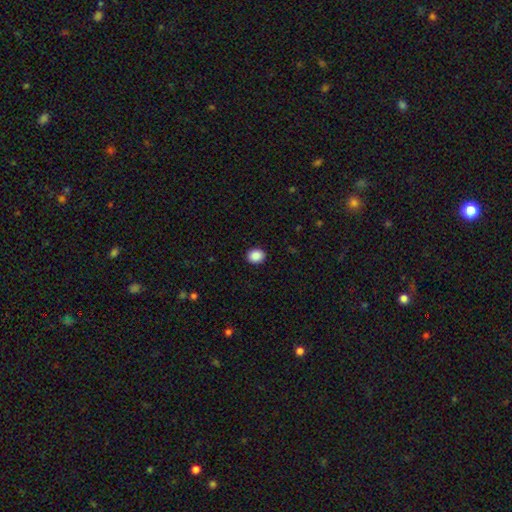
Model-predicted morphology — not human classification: Smooth or featured? Predicted: smooth (p=0.89). How rounded? Predicted: round (p=0.61). Merging? Predicted: none (p=0.92).